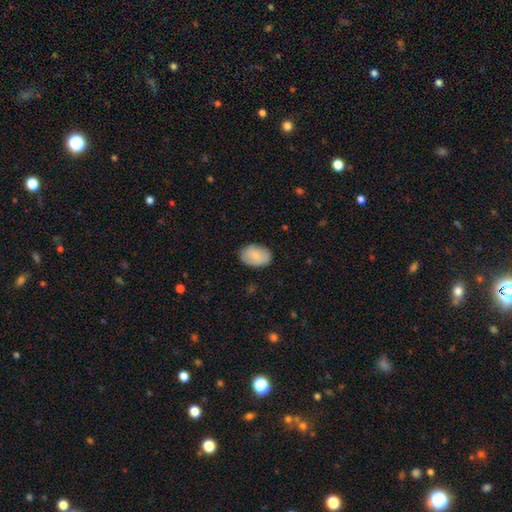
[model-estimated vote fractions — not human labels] This is clearly a smooth galaxy (81%). How rounded: clearly in between (85%). Merging: clearly none (83%).